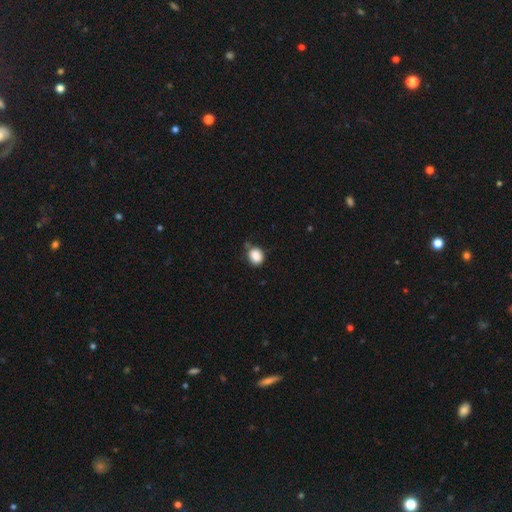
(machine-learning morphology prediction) This is clearly a smooth galaxy (87%). How rounded: likely round (63%). Merging: likely none (66%).